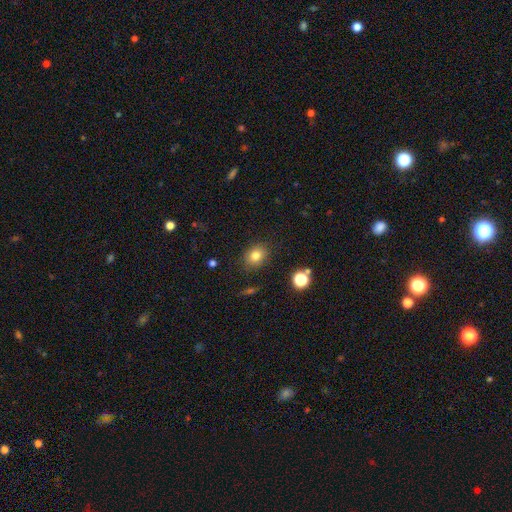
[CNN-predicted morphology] This appears to be a smooth galaxy with no disk features (80%) that is round (50%). Merging: none (86%).